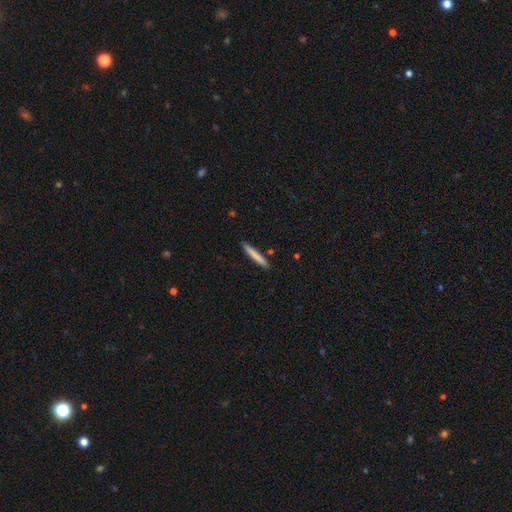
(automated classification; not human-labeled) smooth 79%, featured or disk 15%, star or artifact 6%. Down the decision tree: how rounded — cigar-shaped (95%); merging — none (90%).